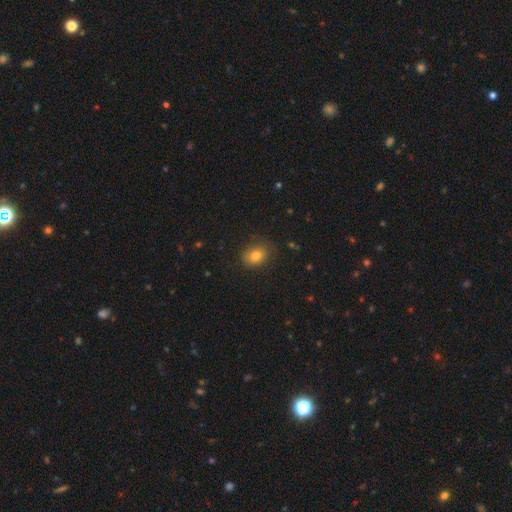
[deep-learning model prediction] Smooth or featured? Predicted: smooth (p=0.80). How rounded? Predicted: in between (p=0.66). Merging? Predicted: none (p=0.80).